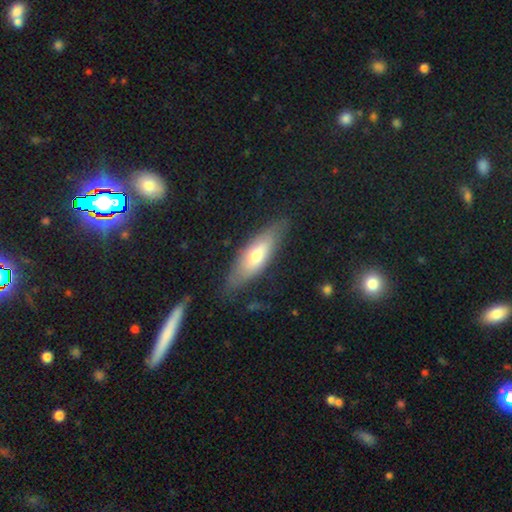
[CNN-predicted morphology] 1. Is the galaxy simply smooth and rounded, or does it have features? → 56% smooth, 37% featured or disk, 6% star or artifact.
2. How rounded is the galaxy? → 57% in between, 41% cigar-shaped, 2% round.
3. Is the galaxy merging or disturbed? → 77% none, 17% minor disturbance, 4% major disturbance, 2% merger.